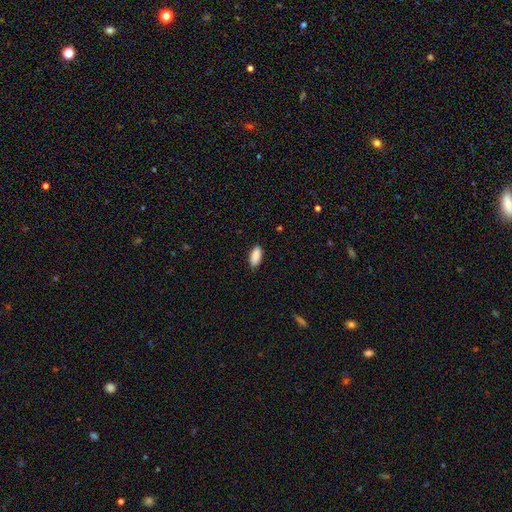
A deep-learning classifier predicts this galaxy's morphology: smooth 90%, star or artifact 7%, featured or disk 4%. Down the decision tree: how rounded — in between (86%); merging — none (87%).